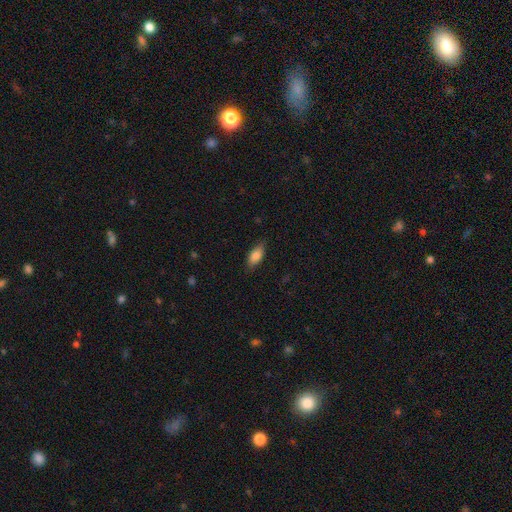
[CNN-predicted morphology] type=smooth (82%); roundness=in between (85%); merging=none (81%).